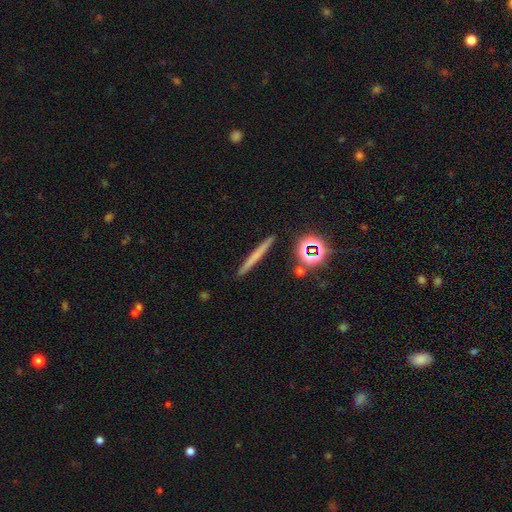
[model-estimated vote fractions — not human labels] Overall: smooth (54%; featured or disk 32%). How rounded: cigar-shaped (94%). Merging: none (91%).